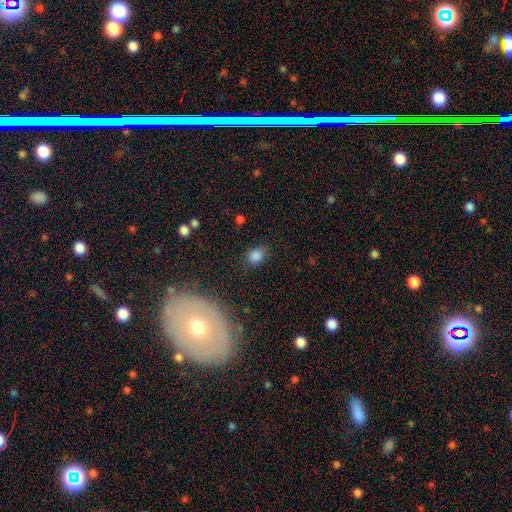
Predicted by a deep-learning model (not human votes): A smooth galaxy with no disk features (83%) that is round (54%).

Vote fractions:
- Smooth or featured? smooth: 83% / star or artifact: 12% / featured or disk: 5%
- How rounded? round: 54% / in between: 44% / cigar-shaped: 1%
- Merging? none: 77% / minor disturbance: 16% / major disturbance: 5% / merger: 2%